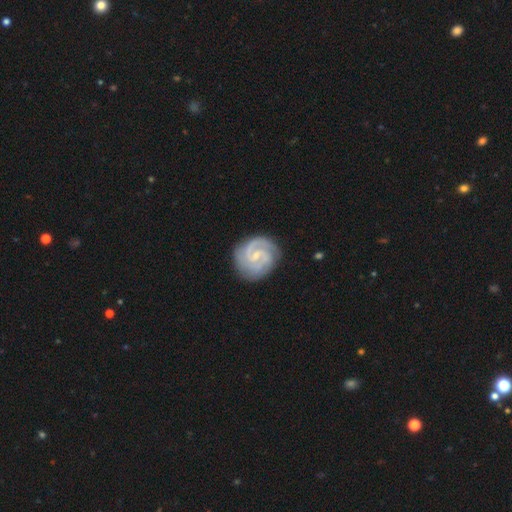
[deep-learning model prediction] A featured or disk galaxy (89%) with a weak bar (55%), 2 (66%) tight (50%) spiral arms (98%) and a small central bulge (72%).

Vote fractions:
- Smooth or featured? featured or disk: 89% / smooth: 7% / star or artifact: 4%
- Edge-on disk? no: 98% / yes: 2%
- Bar? weak: 55% / no: 33% / strong: 12%
- Spiral arms? yes: 98% / no: 2%
- Spiral winding? tight: 50% / medium: 42% / loose: 8%
- Spiral arm count? 2: 66% / 3: 17% / can't tell: 8% / 4: 3% / 1: 3% / more than 4: 3%
- Bulge size? small: 72% / moderate: 20% / none: 7% / large: 1% / dominant: 1%
- Merging? none: 81% / minor disturbance: 13% / major disturbance: 4% / merger: 1%